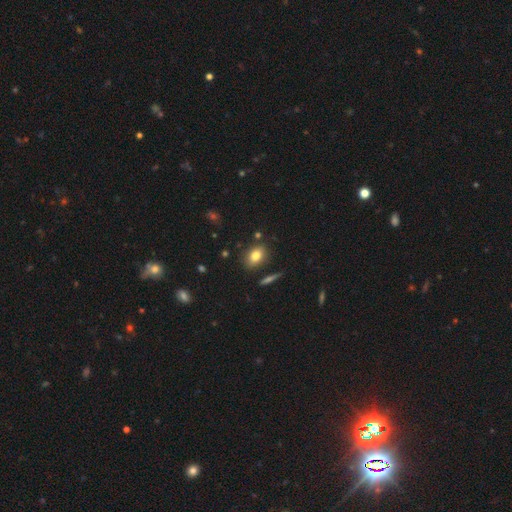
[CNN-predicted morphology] Smooth or featured? Predicted: smooth (p=0.80). How rounded? Predicted: in between (p=0.77). Merging? Predicted: none (p=0.82).